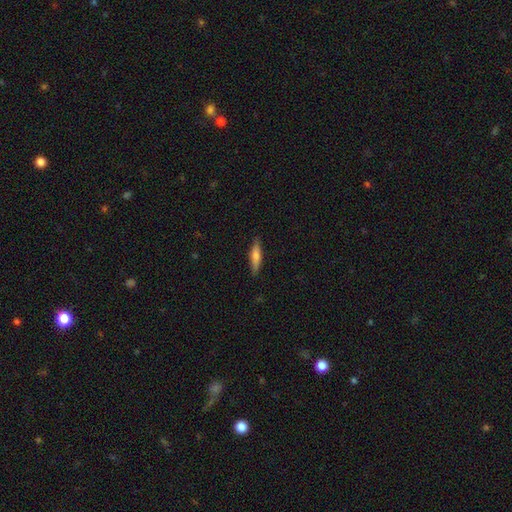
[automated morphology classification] smooth_or_featured: smooth (p=0.65) [alt: featured or disk p=0.29]
how_rounded: cigar-shaped (p=0.79) [alt: in between p=0.20]
merging: none (p=0.87) [alt: minor disturbance p=0.10]